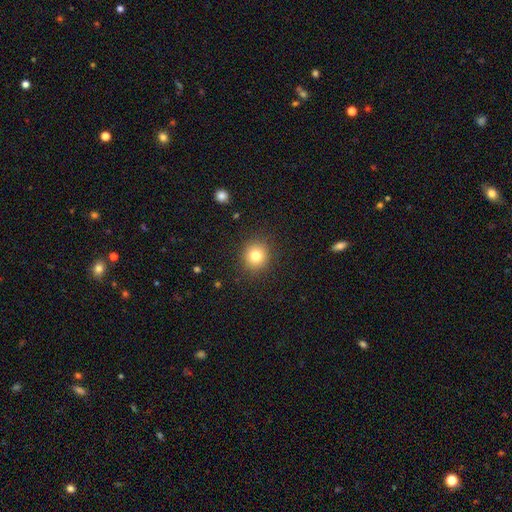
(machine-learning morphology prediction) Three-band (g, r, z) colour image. It shows a smooth galaxy with no disk features (80%) that is round (89%). Merging: none (90%).